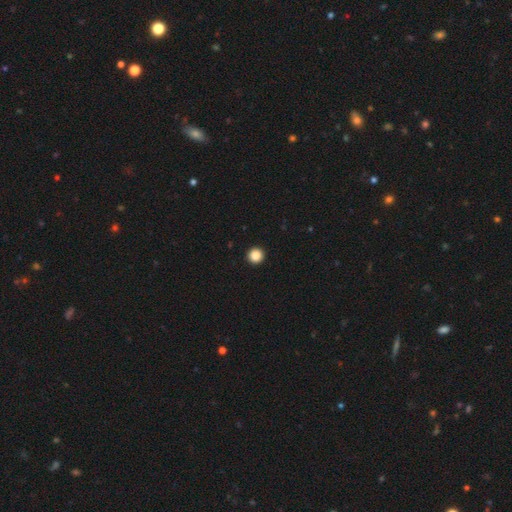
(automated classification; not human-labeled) smooth-or-featured: smooth: 86% | star or artifact: 10% | featured or disk: 3%
  how-rounded: round: 97% | in between: 2% | cigar-shaped: 1%
  merging: none: 95% | minor disturbance: 3% | major disturbance: 1% | merger: 1%